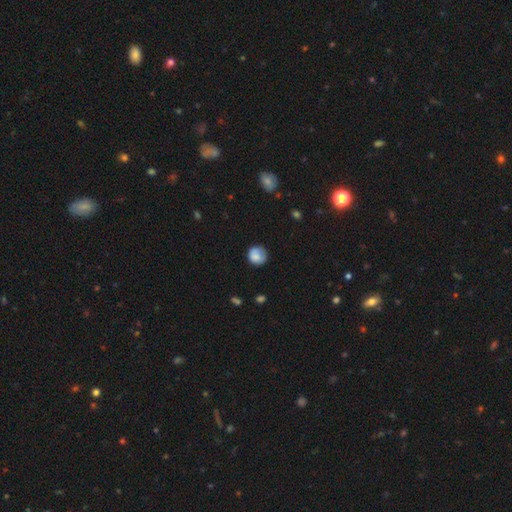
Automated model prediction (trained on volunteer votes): Smooth or featured: smooth — 80% (featured or disk — 12%)
How rounded: round — 88% (in between — 11%)
Merging: none — 69% (minor disturbance — 23%)